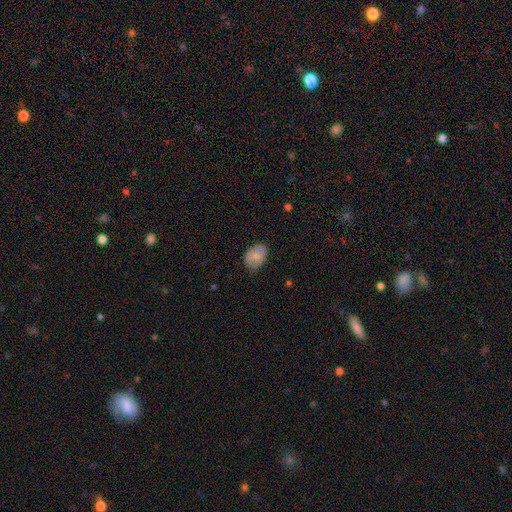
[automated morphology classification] smooth-or-featured: smooth: 79% | featured or disk: 14% | star or artifact: 7%
  how-rounded: in between: 79% | round: 20% | cigar-shaped: 1%
  merging: none: 75% | minor disturbance: 21% | major disturbance: 4% | merger: 1%